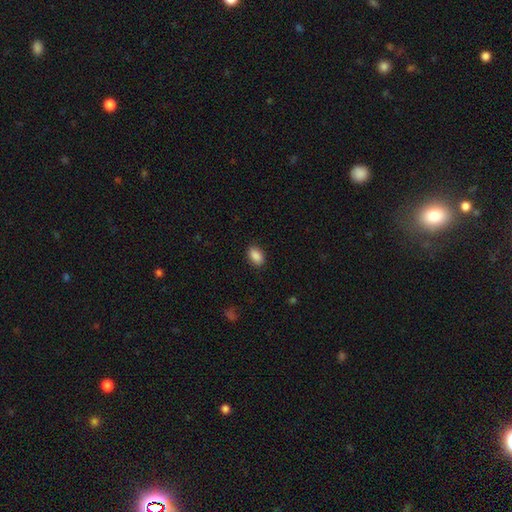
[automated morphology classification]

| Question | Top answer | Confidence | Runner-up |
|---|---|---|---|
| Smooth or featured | smooth | 89% | star or artifact (8%) |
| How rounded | in between | 89% | round (9%) |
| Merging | none | 87% | minor disturbance (9%) |